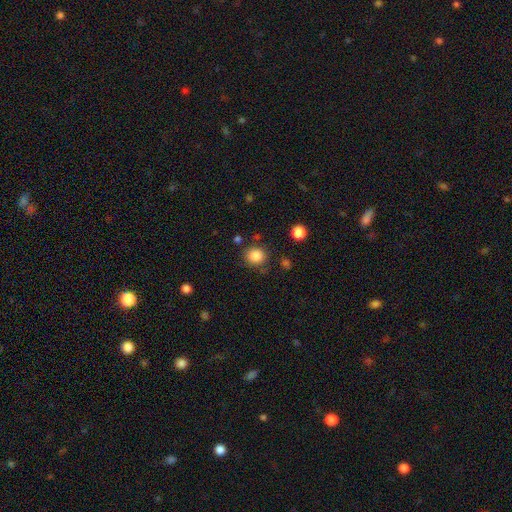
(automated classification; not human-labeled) smooth 85%, star or artifact 11%, featured or disk 4%. Down the decision tree: how rounded — round (85%); merging — none (82%).